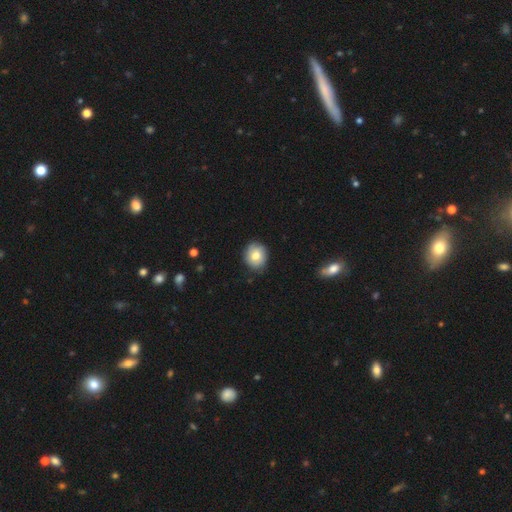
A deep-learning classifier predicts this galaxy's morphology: Smooth or featured? smooth (69%)
How rounded? round (66%)
Merging? none (79%)